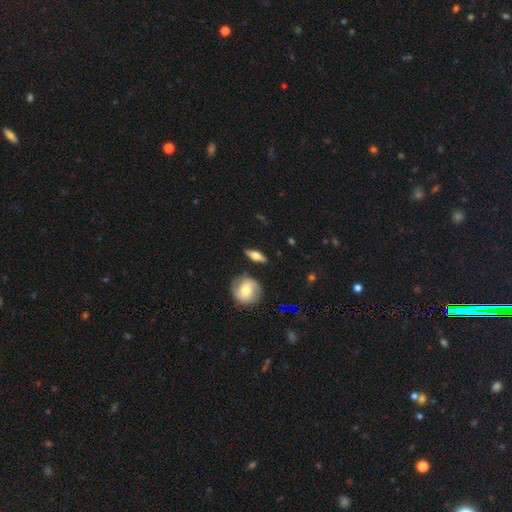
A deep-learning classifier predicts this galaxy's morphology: type=smooth (50%); merging=none (83%).